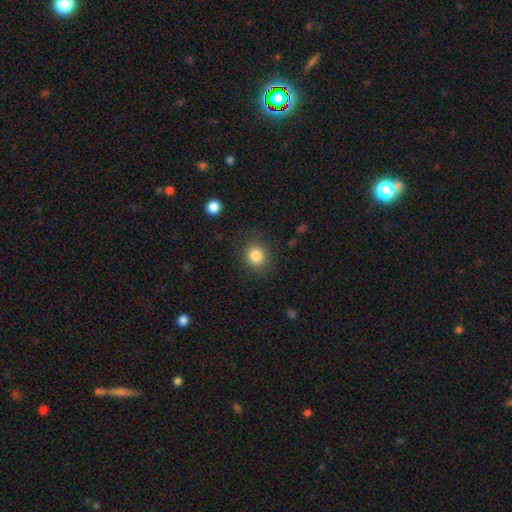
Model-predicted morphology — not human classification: smooth 84%, star or artifact 11%, featured or disk 5%. Down the decision tree: how rounded — round (80%); merging — none (86%).